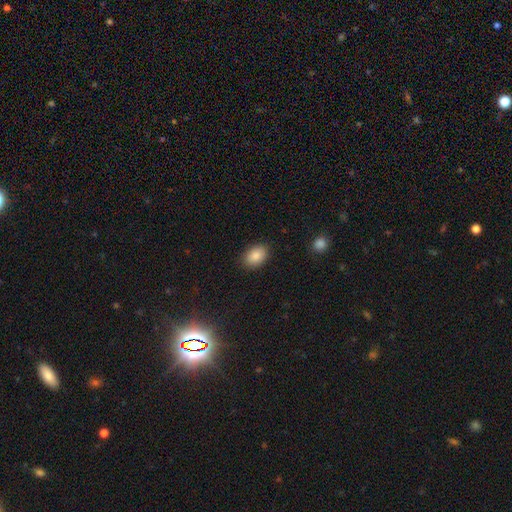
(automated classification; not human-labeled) Smooth or featured? Predicted: smooth (p=0.87). How rounded? Predicted: in between (p=0.84). Merging? Predicted: none (p=0.87).